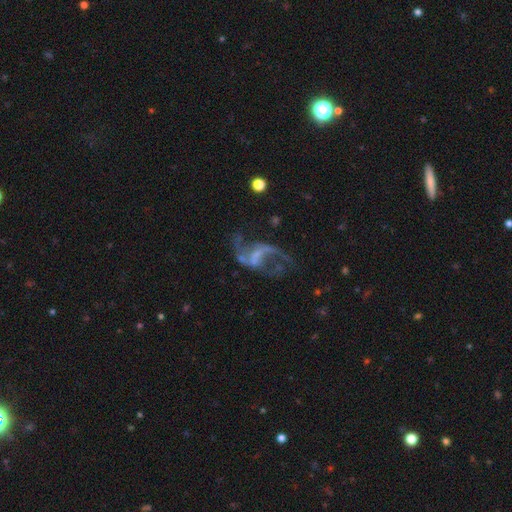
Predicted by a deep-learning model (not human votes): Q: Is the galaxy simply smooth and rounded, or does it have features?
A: featured or disk — 81%.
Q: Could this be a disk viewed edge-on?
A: no — 98%.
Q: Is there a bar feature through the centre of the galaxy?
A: weak — 43%.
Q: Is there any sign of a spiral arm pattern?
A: yes — 85%.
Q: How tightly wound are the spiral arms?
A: loose — 77%.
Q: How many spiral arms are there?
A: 2 — 84%.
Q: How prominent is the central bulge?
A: none — 59%.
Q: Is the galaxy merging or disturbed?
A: none — 45%.